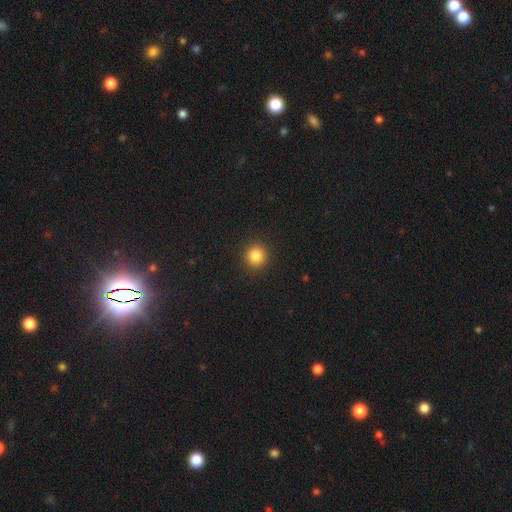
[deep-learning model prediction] Q: Smooth or featured?
A: smooth (84%); runner-up: star or artifact (11%)
Q: How rounded?
A: round (93%); runner-up: in between (6%)
Q: Merging?
A: none (92%); runner-up: minor disturbance (5%)